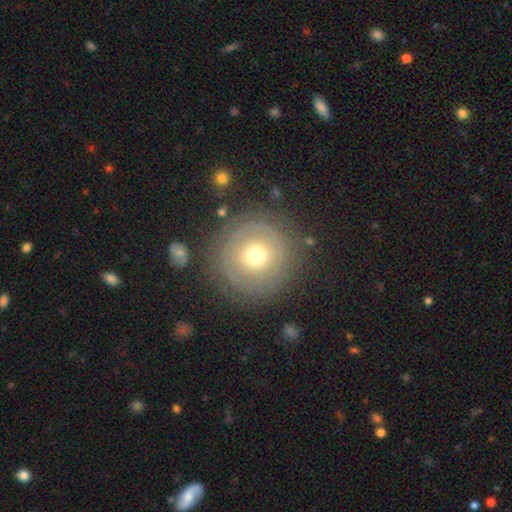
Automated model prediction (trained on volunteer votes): Q: Smooth or featured?
A: featured or disk (48%); runner-up: smooth (43%)
Q: Merging?
A: none (79%); runner-up: minor disturbance (12%)